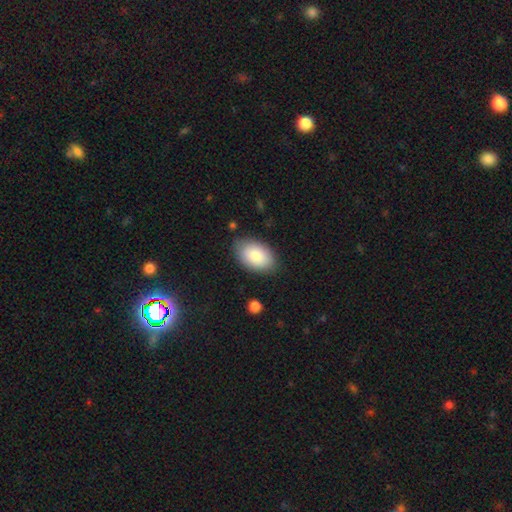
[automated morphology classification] Overall: smooth (84%). How rounded: in between (92%). Merging: none (80%).